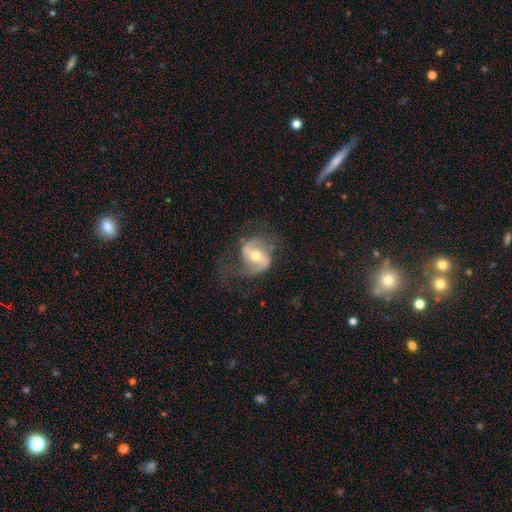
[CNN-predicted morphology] Q: Smooth or featured?
A: featured or disk (80%); runner-up: smooth (14%)
Q: Edge-on disk?
A: no (97%); runner-up: yes (3%)
Q: Bar?
A: weak (45%); runner-up: strong (28%)
Q: Spiral arms?
A: yes (93%); runner-up: no (7%)
Q: Spiral winding?
A: medium (45%); runner-up: loose (43%)
Q: Spiral arm count?
A: 2 (87%); runner-up: can't tell (5%)
Q: Bulge size?
A: moderate (68%); runner-up: small (24%)
Q: Merging?
A: none (61%); runner-up: minor disturbance (20%)